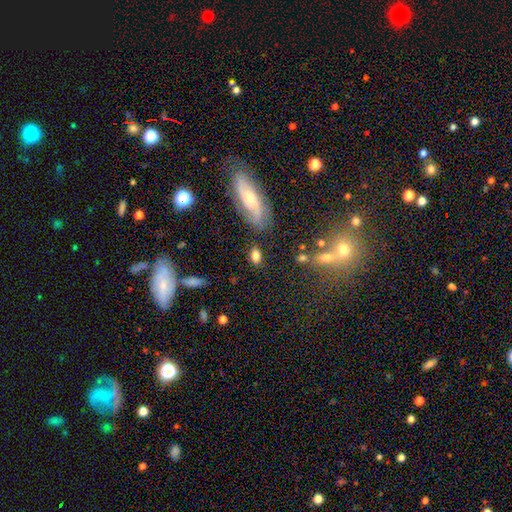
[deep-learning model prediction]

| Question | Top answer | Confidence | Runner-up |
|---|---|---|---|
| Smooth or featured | smooth | 78% | featured or disk (13%) |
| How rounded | in between | 83% | round (12%) |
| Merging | none | 75% | minor disturbance (14%) |